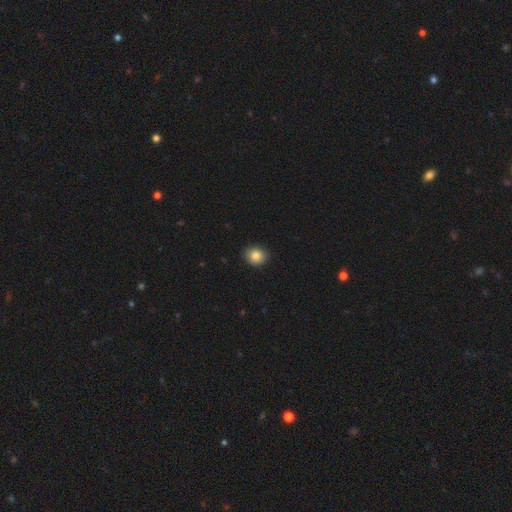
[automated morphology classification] The model was most divided on "how rounded": round: 70%, in between: 29%, cigar-shaped: 1%. More confident: merging — none (90%); smooth or featured — smooth (84%).